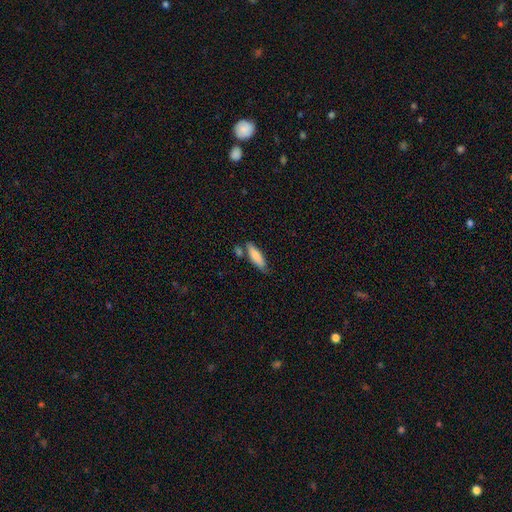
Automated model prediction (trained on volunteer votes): The model was most divided on "how rounded": cigar-shaped: 55%, in between: 43%, round: 2%. More confident: smooth or featured — smooth (76%); merging — none (65%).